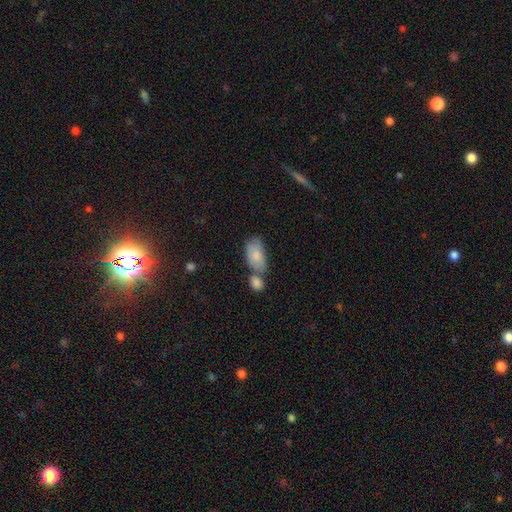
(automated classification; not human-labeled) This is likely a smooth galaxy (80%). How rounded: clearly in between (93%). Merging: marginally merger (40%).